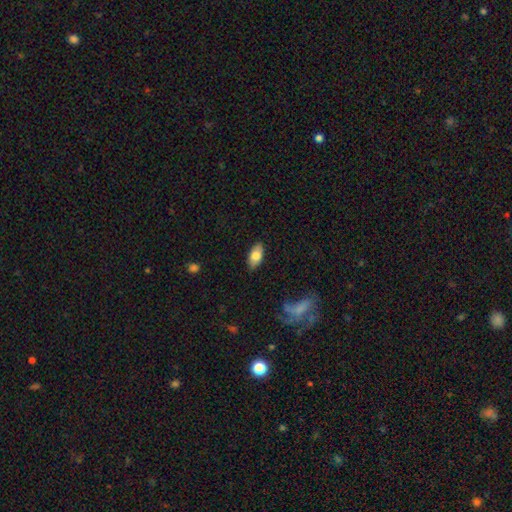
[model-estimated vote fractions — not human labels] smooth_or_featured: smooth (p=0.77) [alt: featured or disk p=0.16]
how_rounded: in between (p=0.91) [alt: cigar-shaped p=0.06]
merging: none (p=0.87) [alt: minor disturbance p=0.10]